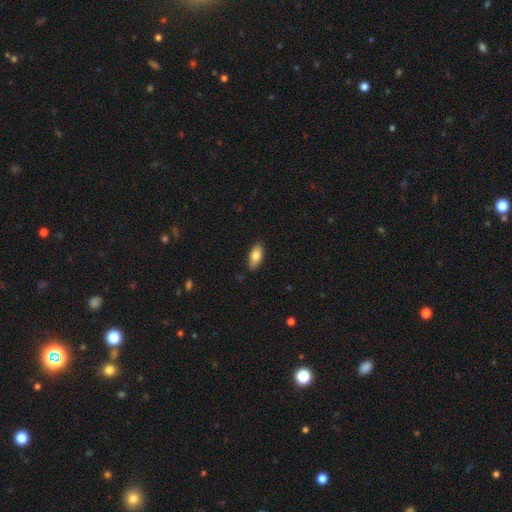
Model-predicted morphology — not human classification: smooth-or-featured: smooth: 77% | featured or disk: 16% | star or artifact: 6%
  how-rounded: in between: 83% | cigar-shaped: 14% | round: 3%
  merging: none: 84% | minor disturbance: 13% | major disturbance: 2% | merger: 1%